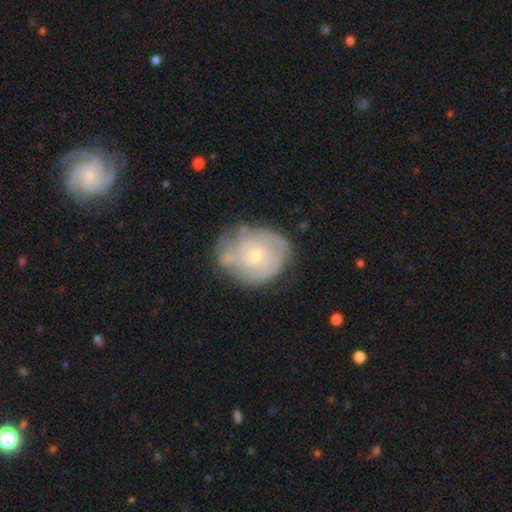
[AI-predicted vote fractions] smooth_or_featured: featured or disk (p=0.69) [alt: smooth p=0.25]
disk_edge_on: no (p=0.97) [alt: yes p=0.03]
bar: no (p=0.75) [alt: weak p=0.22]
has_spiral_arms: yes (p=0.80) [alt: no p=0.20]
spiral_winding: tight (p=0.68) [alt: medium p=0.24]
spiral_arm_count: can't tell (p=0.46) [alt: 2 p=0.22]
bulge_size: small (p=0.61) [alt: moderate p=0.36]
merging: none (p=0.57) [alt: minor disturbance p=0.26]